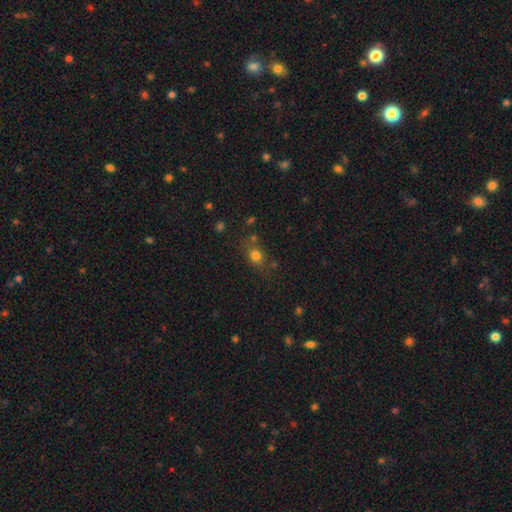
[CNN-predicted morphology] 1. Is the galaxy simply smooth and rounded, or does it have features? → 76% smooth, 15% star or artifact, 9% featured or disk.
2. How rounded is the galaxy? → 62% round, 36% in between, 2% cigar-shaped.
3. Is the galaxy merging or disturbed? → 71% none, 15% minor disturbance, 9% merger, 6% major disturbance.